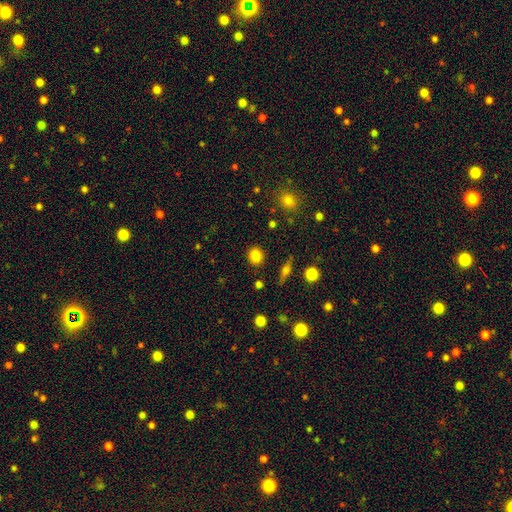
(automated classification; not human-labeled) smooth 83%, star or artifact 10%, featured or disk 7%. Down the decision tree: how rounded — round (78%); merging — none (89%).